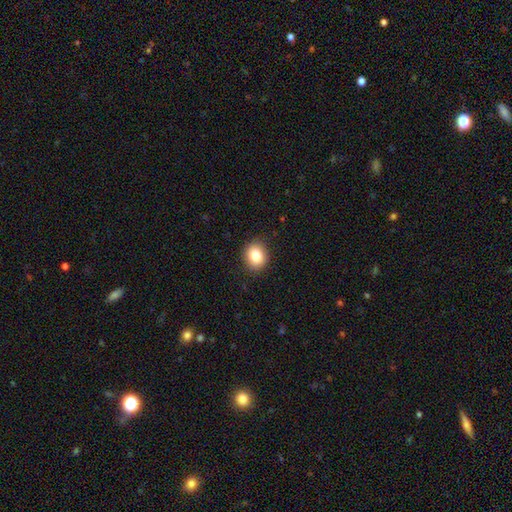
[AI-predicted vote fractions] This appears to be a smooth galaxy with no disk features (83%) that is round (69%). Merging: none (89%).